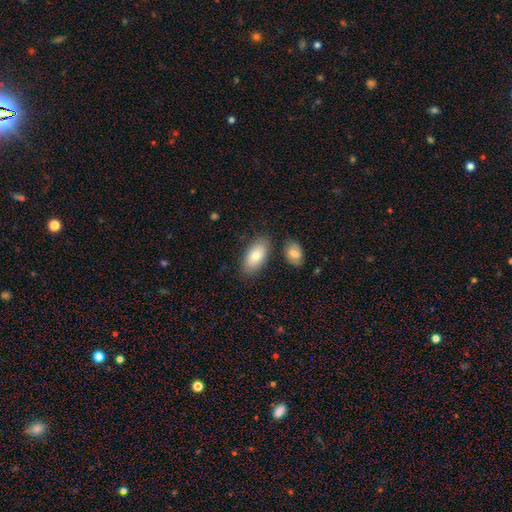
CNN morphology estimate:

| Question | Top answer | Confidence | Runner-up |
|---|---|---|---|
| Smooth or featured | smooth | 80% | featured or disk (13%) |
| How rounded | in between | 92% | cigar-shaped (5%) |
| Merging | none | 79% | minor disturbance (12%) |